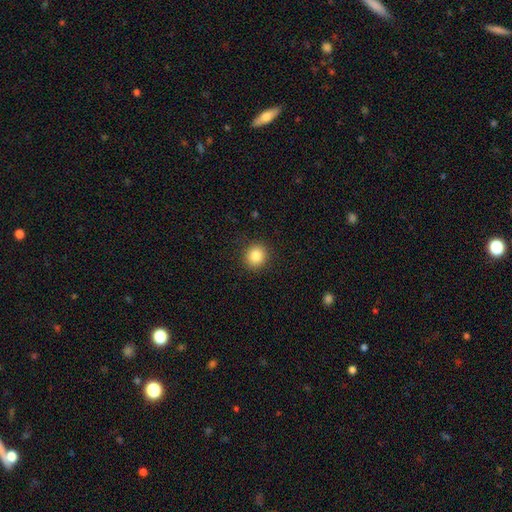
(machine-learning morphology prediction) Smooth or featured: smooth — 86% (star or artifact — 10%)
How rounded: round — 87% (in between — 12%)
Merging: none — 90% (minor disturbance — 6%)